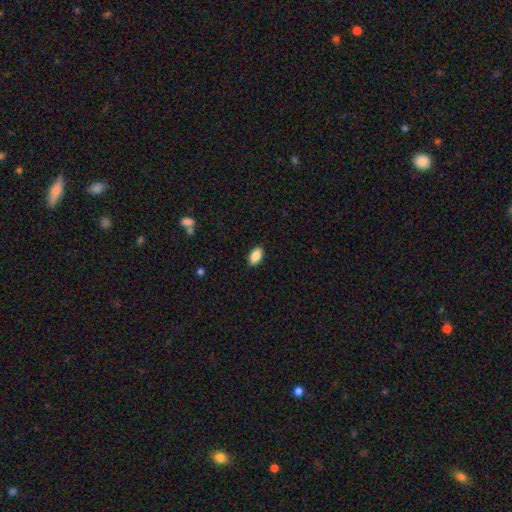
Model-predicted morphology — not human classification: A smooth galaxy with no disk features (87%) that is in between round and cigar-shaped (93%). Merging: none (88%).